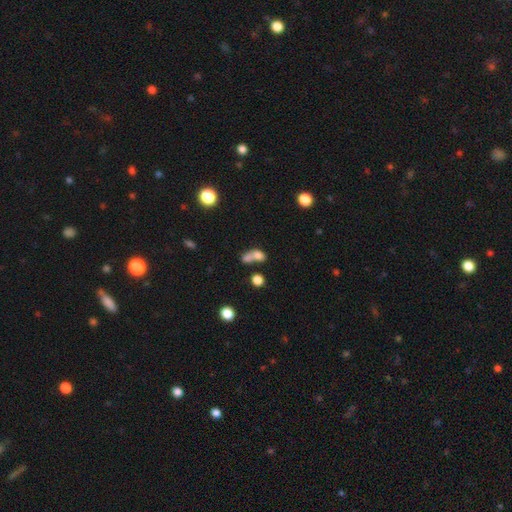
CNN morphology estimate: A smooth galaxy with no disk features (71%) that is in between round and cigar-shaped (57%).

Vote fractions:
- Smooth or featured? smooth: 71% / featured or disk: 16% / star or artifact: 13%
- How rounded? in between: 57% / round: 37% / cigar-shaped: 6%
- Merging? merger: 61% / none: 22% / major disturbance: 9% / minor disturbance: 8%